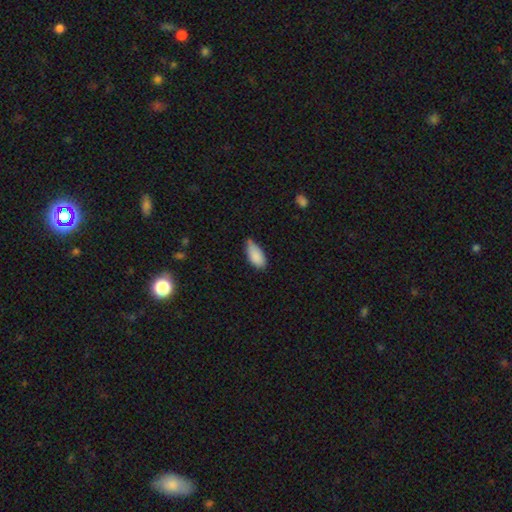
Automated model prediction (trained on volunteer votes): This is clearly a smooth galaxy (88%). How rounded: clearly in between (91%). Merging: possibly none (56%).